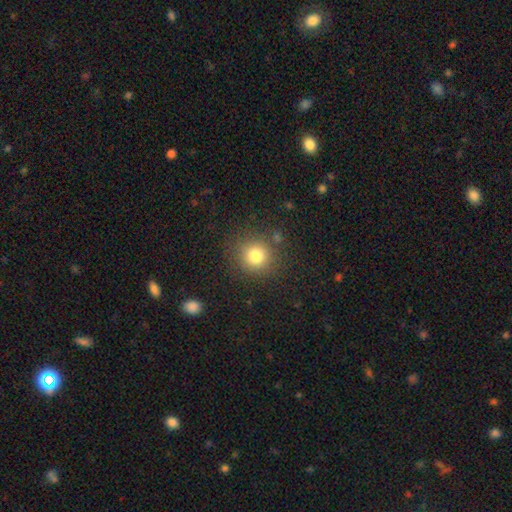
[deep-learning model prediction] smooth_or_featured: smooth (p=0.79) [alt: star or artifact p=0.13]
how_rounded: round (p=0.91) [alt: in between p=0.08]
merging: none (p=0.85) [alt: minor disturbance p=0.09]